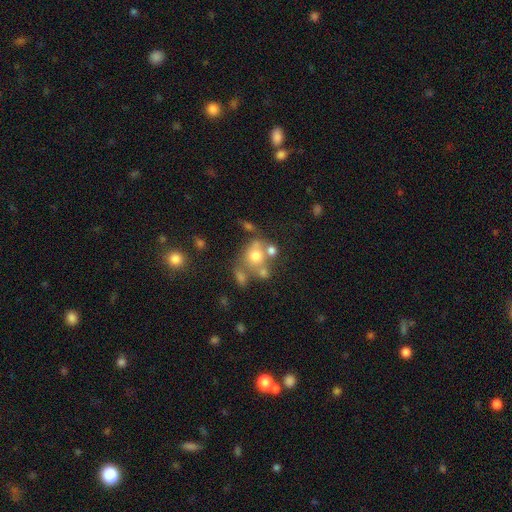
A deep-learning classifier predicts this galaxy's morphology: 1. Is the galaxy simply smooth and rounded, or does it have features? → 61% smooth, 24% featured or disk, 14% star or artifact.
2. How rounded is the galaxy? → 71% round, 28% in between, 1% cigar-shaped.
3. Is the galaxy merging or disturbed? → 40% none, 34% merger, 14% minor disturbance, 11% major disturbance.